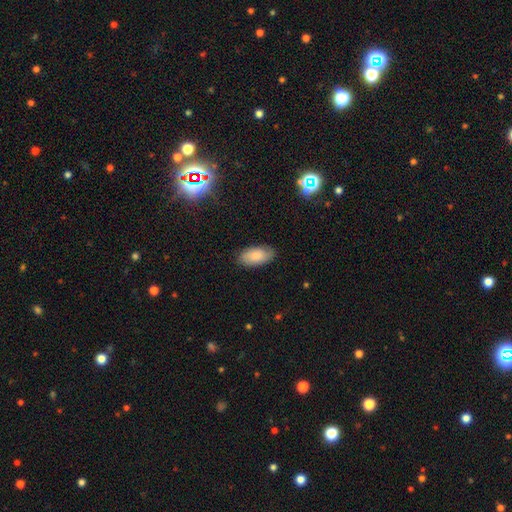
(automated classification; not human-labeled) Smooth or featured: smooth — 81% (featured or disk — 13%)
How rounded: in between — 94% (cigar-shaped — 4%)
Merging: none — 83% (minor disturbance — 13%)